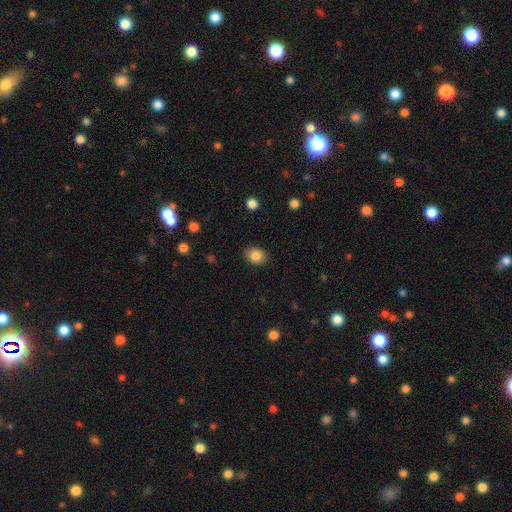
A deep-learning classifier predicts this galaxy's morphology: Q: Smooth or featured?
A: smooth (85%); runner-up: star or artifact (9%)
Q: How rounded?
A: in between (51%); runner-up: round (48%)
Q: Merging?
A: none (86%); runner-up: minor disturbance (10%)